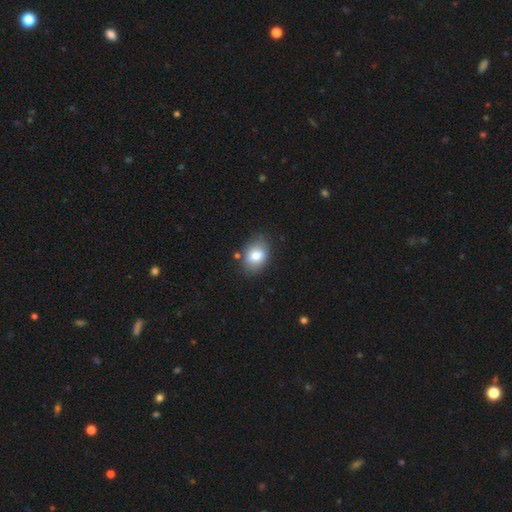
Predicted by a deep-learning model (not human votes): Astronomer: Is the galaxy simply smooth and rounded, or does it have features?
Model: smooth — 80%.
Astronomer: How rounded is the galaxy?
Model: in between — 75%.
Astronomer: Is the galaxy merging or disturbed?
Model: none — 76%.